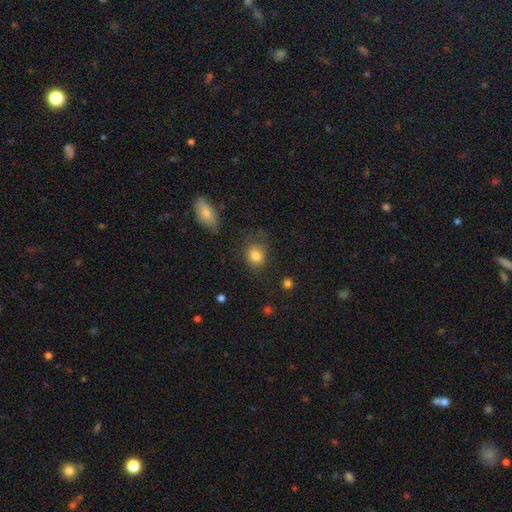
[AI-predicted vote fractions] Smooth or featured? Predicted: smooth (p=0.82). How rounded? Predicted: round (p=0.65). Merging? Predicted: none (p=0.64).